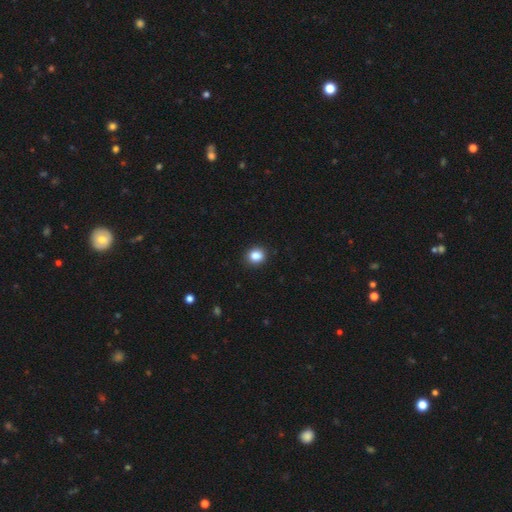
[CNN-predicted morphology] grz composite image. It shows a smooth galaxy with no disk features (87%) that is round (68%). Merging: none (90%).